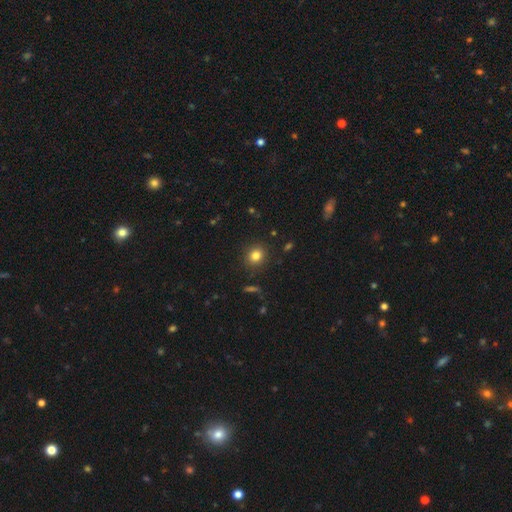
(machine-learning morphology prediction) Smooth or featured?
  - smooth: 81% *
  - star or artifact: 13%
  - featured or disk: 6%
How rounded?
  - round: 82% *
  - in between: 17%
  - cigar-shaped: 1%
Merging?
  - none: 90% *
  - minor disturbance: 7%
  - major disturbance: 2%
  - merger: 1%